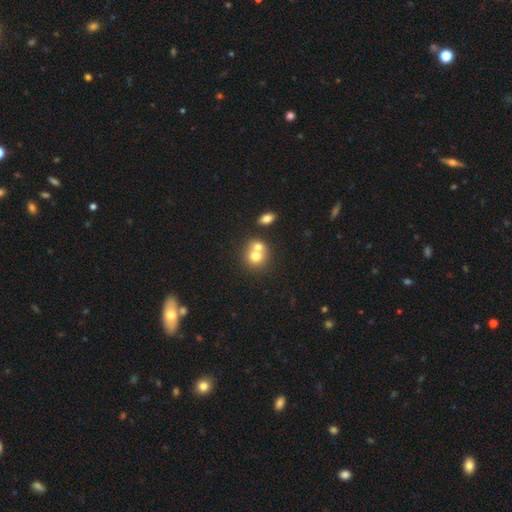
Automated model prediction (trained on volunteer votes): Morphology: type=smooth (70%); roundness=round (77%); merging=merger (57%).